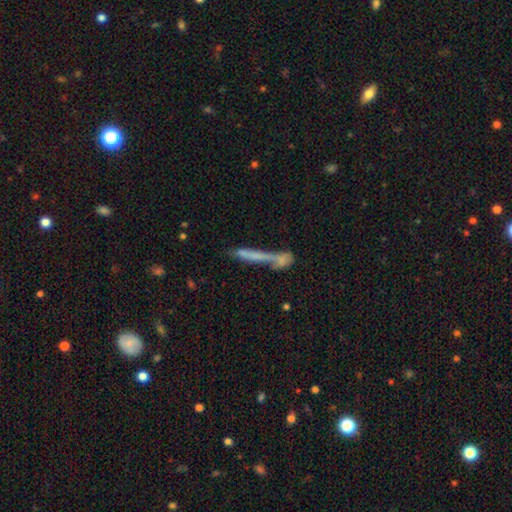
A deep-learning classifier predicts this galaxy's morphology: Q: Smooth or featured?
A: smooth (49%); runner-up: featured or disk (39%)
Q: Merging?
A: none (39%); tied with: merger (39%)